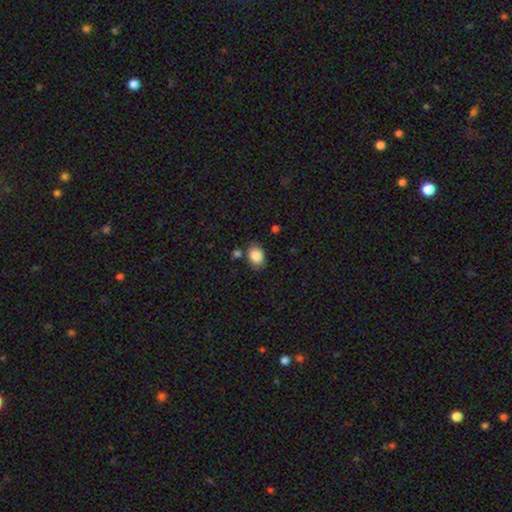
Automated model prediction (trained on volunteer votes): smooth-or-featured: smooth: 86% | star or artifact: 8% | featured or disk: 5%
  how-rounded: in between: 65% | round: 34% | cigar-shaped: 1%
  merging: none: 74% | minor disturbance: 16% | merger: 7% | major disturbance: 4%